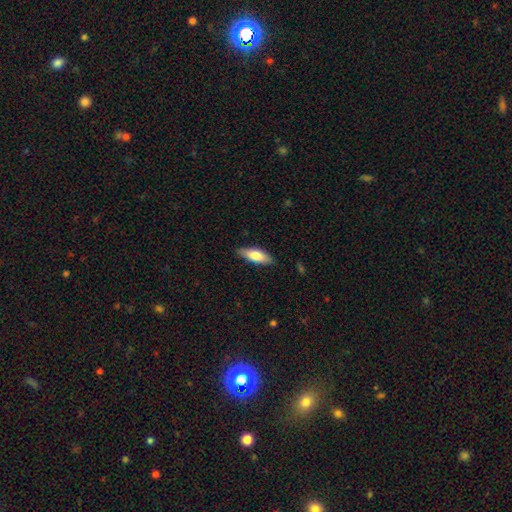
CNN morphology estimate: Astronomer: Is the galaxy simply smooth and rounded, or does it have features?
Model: smooth — 76%.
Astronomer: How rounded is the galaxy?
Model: in between — 62%.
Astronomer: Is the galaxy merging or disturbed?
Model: none — 86%.